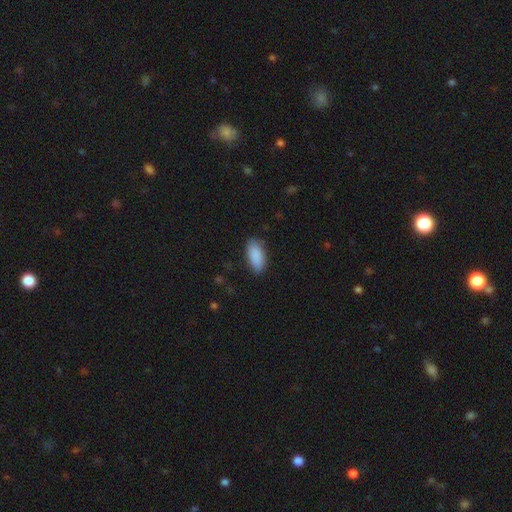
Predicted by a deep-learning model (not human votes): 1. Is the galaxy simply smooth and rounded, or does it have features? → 90% smooth, 6% star or artifact, 4% featured or disk.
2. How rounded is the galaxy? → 90% in between, 8% cigar-shaped, 2% round.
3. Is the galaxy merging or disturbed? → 84% none, 12% minor disturbance, 3% major disturbance, 1% merger.